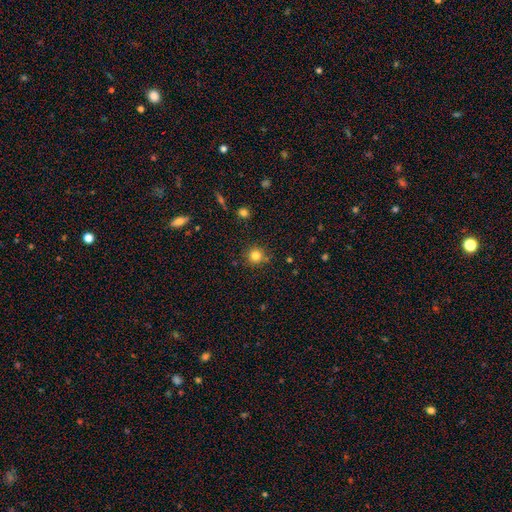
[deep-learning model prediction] The model was most divided on "smooth or featured": smooth: 81%, star or artifact: 13%, featured or disk: 6%. More confident: how rounded — round (92%); merging — none (83%).